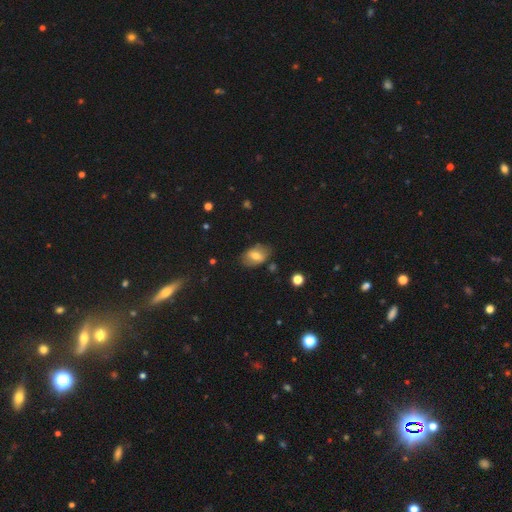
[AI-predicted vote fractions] smooth_or_featured: smooth (p=0.60) [alt: featured or disk p=0.31]
how_rounded: in between (p=0.84) [alt: round p=0.14]
merging: none (p=0.74) [alt: minor disturbance p=0.18]